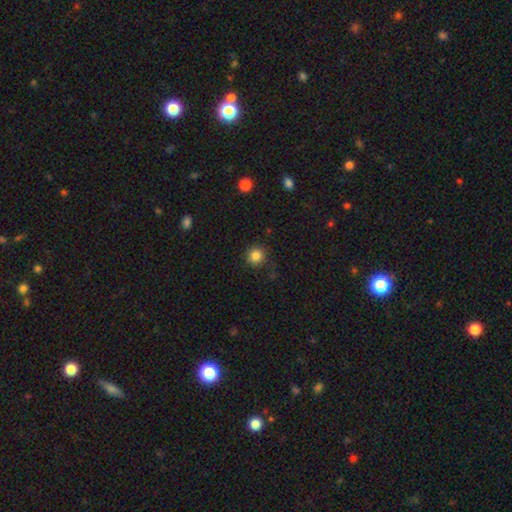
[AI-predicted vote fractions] A smooth galaxy with no disk features (85%) that is round (93%).

Vote fractions:
- Smooth or featured? smooth: 85% / star or artifact: 11% / featured or disk: 4%
- How rounded? round: 93% / in between: 6% / cigar-shaped: 1%
- Merging? none: 87% / minor disturbance: 9% / major disturbance: 3% / merger: 1%